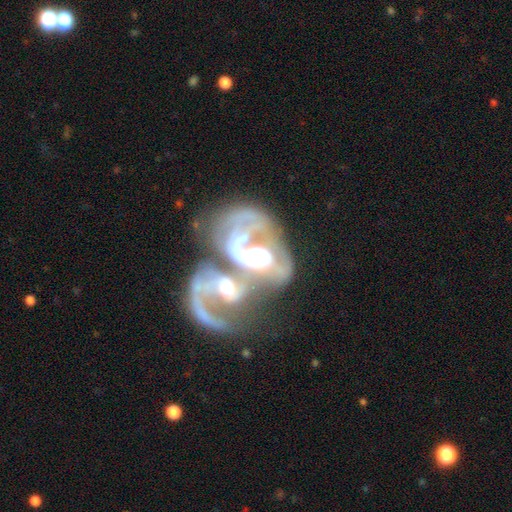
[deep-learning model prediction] smooth_or_featured: featured or disk (p=0.80) [alt: smooth p=0.12]
disk_edge_on: no (p=0.97) [alt: yes p=0.03]
bar: no (p=0.51) [alt: weak p=0.29]
has_spiral_arms: yes (p=0.79) [alt: no p=0.21]
spiral_winding: loose (p=0.38) [alt: medium p=0.37]
spiral_arm_count: 2 (p=0.36) [alt: 1 p=0.27]
bulge_size: moderate (p=0.51) [alt: large p=0.23]
merging: merger (p=0.80) [alt: major disturbance p=0.11]